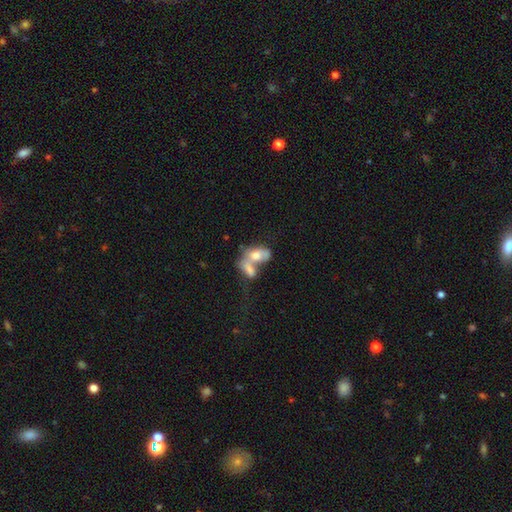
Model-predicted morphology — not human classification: smooth 59%, featured or disk 32%, star or artifact 9%. Down the decision tree: how rounded — in between (85%); merging — merger (72%).